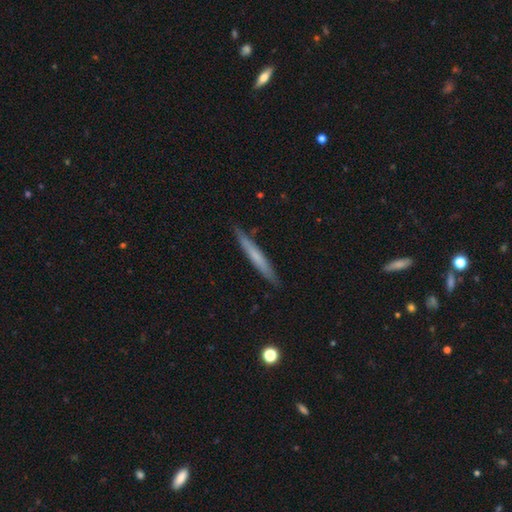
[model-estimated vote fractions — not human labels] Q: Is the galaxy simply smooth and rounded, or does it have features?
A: smooth — 57%.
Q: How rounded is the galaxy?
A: cigar-shaped — 96%.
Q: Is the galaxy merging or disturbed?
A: none — 88%.